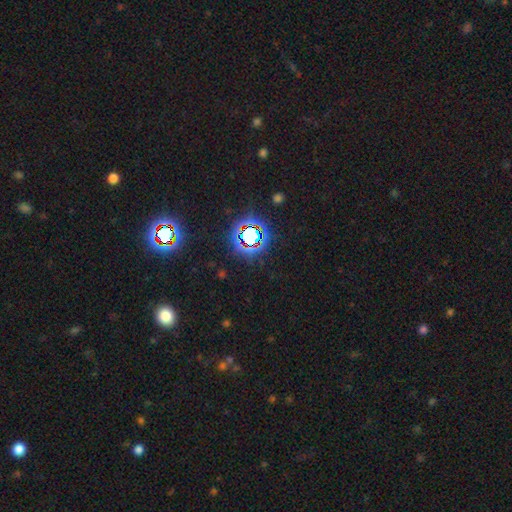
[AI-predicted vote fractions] Overall: star or artifact (77%).